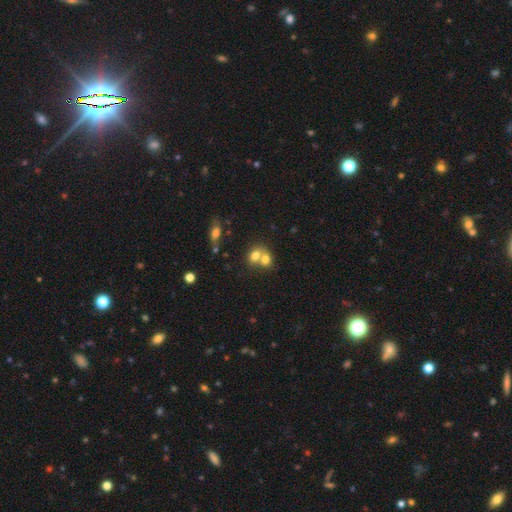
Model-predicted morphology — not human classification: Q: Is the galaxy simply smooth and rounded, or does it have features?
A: smooth — 72%.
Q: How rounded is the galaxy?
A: in between — 52%.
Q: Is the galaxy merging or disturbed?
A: merger — 66%.